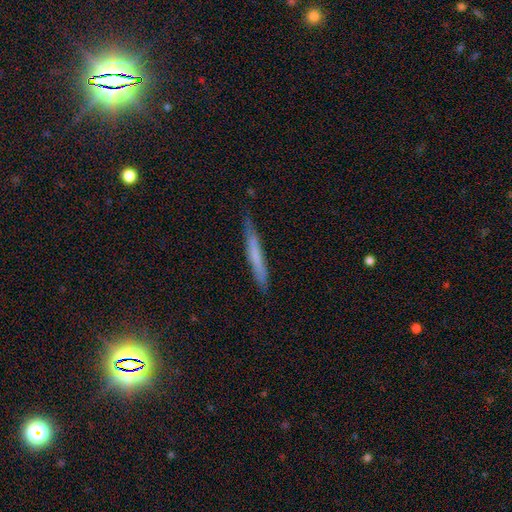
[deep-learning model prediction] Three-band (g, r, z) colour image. It shows a smooth galaxy with no disk features (55%) that is cigar-shaped (96%). Merging: none (80%).